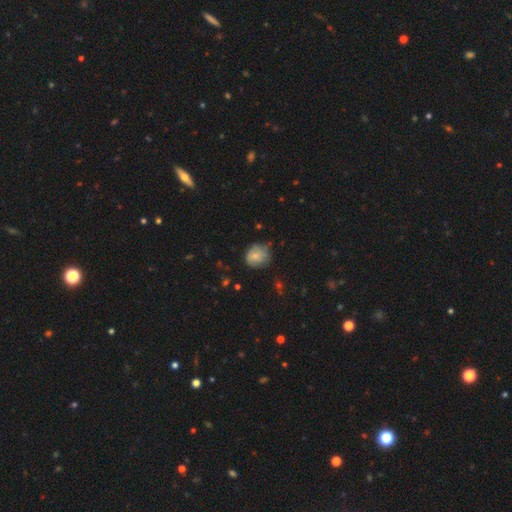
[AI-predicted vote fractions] The model was most divided on "merging": none: 60%, minor disturbance: 30%, major disturbance: 8%, merger: 2%. More confident: how rounded — round (76%); smooth or featured — smooth (73%).